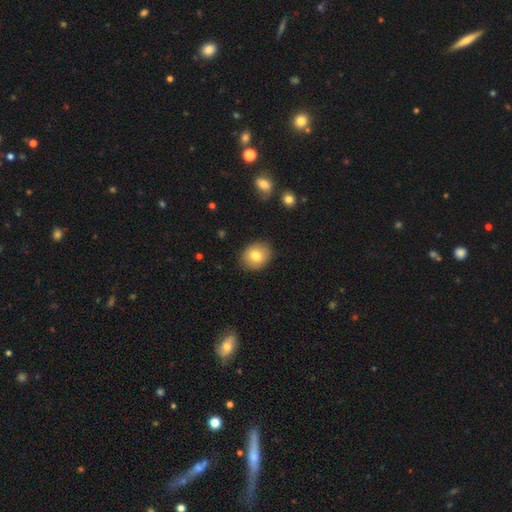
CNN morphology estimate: Smooth or featured?
  - smooth: 78% *
  - featured or disk: 13%
  - star or artifact: 9%
How rounded?
  - round: 62% *
  - in between: 37%
  - cigar-shaped: 1%
Merging?
  - none: 86% *
  - minor disturbance: 10%
  - major disturbance: 2%
  - merger: 1%